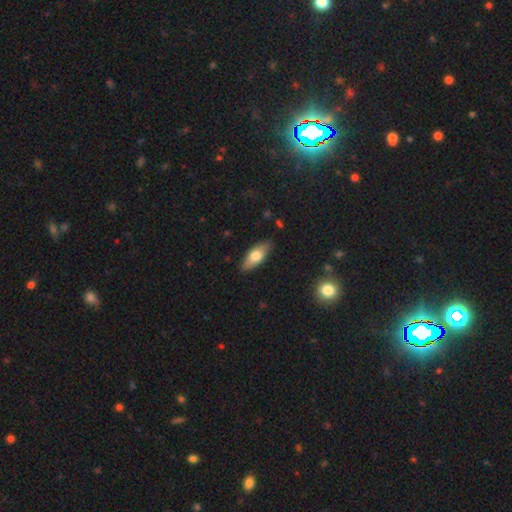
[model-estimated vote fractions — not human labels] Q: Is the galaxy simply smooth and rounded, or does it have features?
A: smooth — 72%.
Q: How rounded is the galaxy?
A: in between — 78%.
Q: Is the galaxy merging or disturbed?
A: none — 85%.